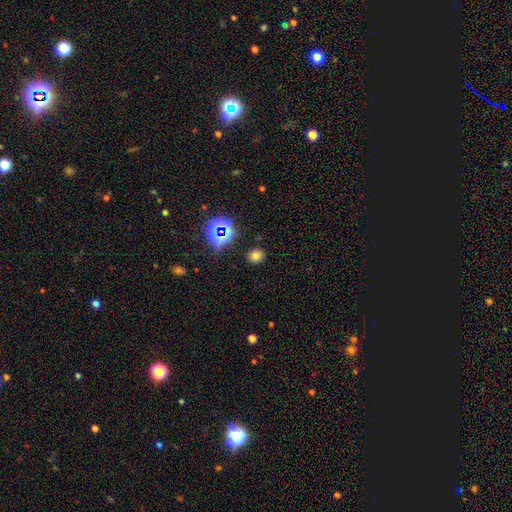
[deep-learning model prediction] smooth_or_featured: smooth (p=0.70) [alt: star or artifact p=0.23]
how_rounded: round (p=0.75) [alt: in between p=0.24]
merging: none (p=0.88) [alt: minor disturbance p=0.08]